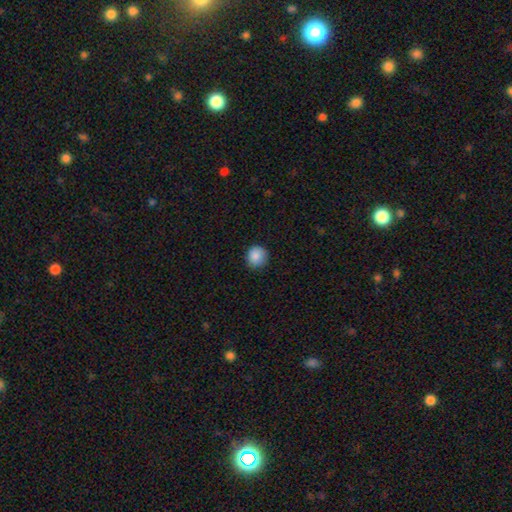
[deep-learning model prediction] Morphology: type=smooth (88%); roundness=round (90%); merging=none (85%).